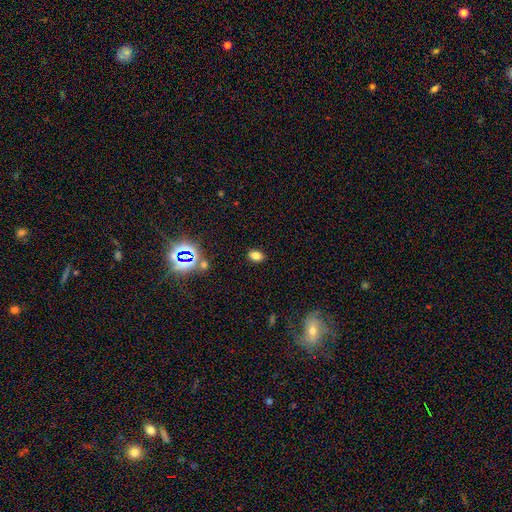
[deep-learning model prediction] Q: Smooth or featured?
A: smooth (78%); runner-up: star or artifact (15%)
Q: How rounded?
A: in between (79%); runner-up: round (20%)
Q: Merging?
A: none (87%); runner-up: minor disturbance (9%)